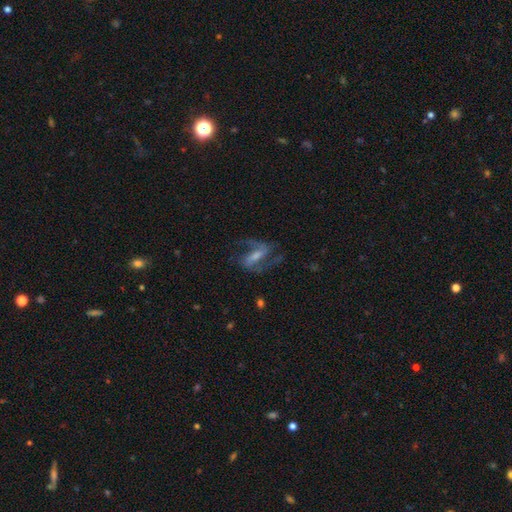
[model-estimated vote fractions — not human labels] smooth-or-featured: featured or disk: 81% | smooth: 12% | star or artifact: 7%
  disk-edge-on: no: 95% | yes: 5%
    bar: strong: 43% | weak: 41% | no: 16%
    has-spiral-arms: yes: 94% | no: 6%
      spiral-winding: medium: 49% | loose: 41% | tight: 10%
      spiral-arm-count: 2: 88% | can't tell: 4% | 1: 3% | 3: 2% | 4: 1% | more than 4: 1%
    bulge-size: moderate: 38% | small: 32% | none: 17% | large: 12% | dominant: 2%
  merging: none: 63% | major disturbance: 19% | minor disturbance: 16% | merger: 2%